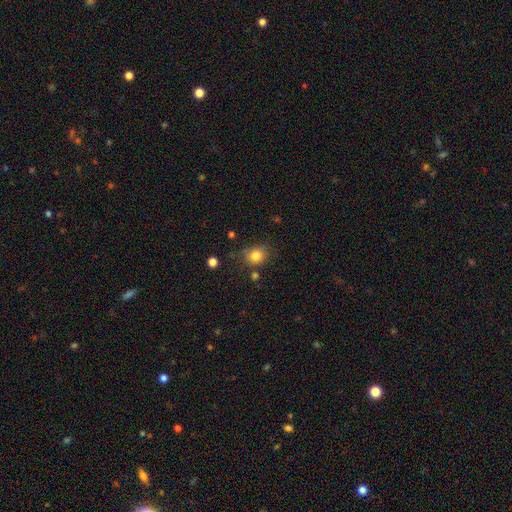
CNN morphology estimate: Smooth or featured: smooth — 81% (star or artifact — 12%)
How rounded: round — 70% (in between — 29%)
Merging: none — 70% (minor disturbance — 19%)